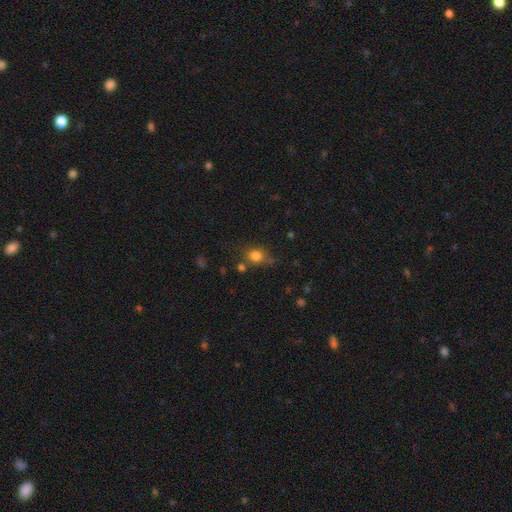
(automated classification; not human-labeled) smooth 79%, star or artifact 13%, featured or disk 7%. Down the decision tree: how rounded — round (69%); merging — none (68%).